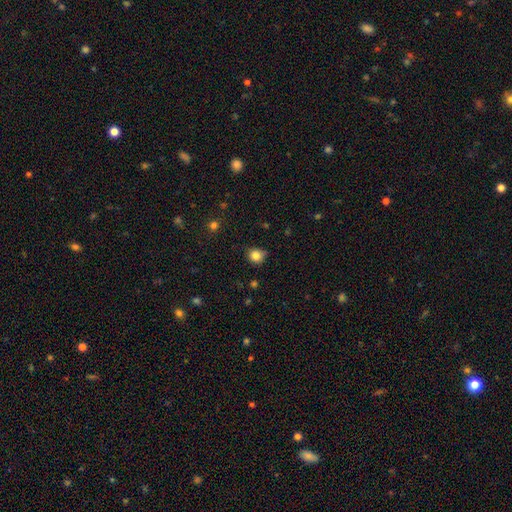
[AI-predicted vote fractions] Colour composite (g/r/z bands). It shows a smooth galaxy with no disk features (83%) that is round (81%). Merging: none (77%).